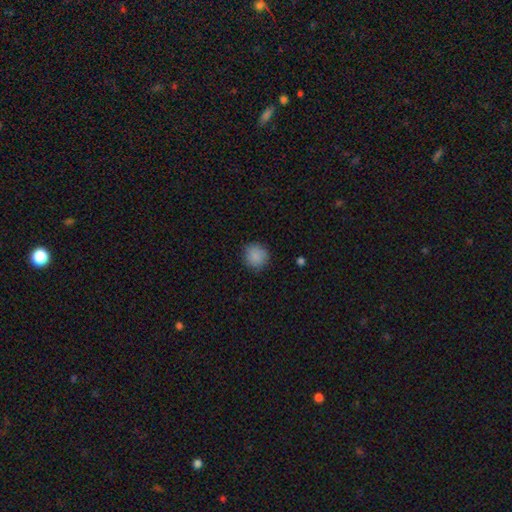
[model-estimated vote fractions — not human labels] Smooth or featured: smooth — 87% (star or artifact — 9%)
How rounded: round — 91% (in between — 8%)
Merging: none — 87% (minor disturbance — 9%)